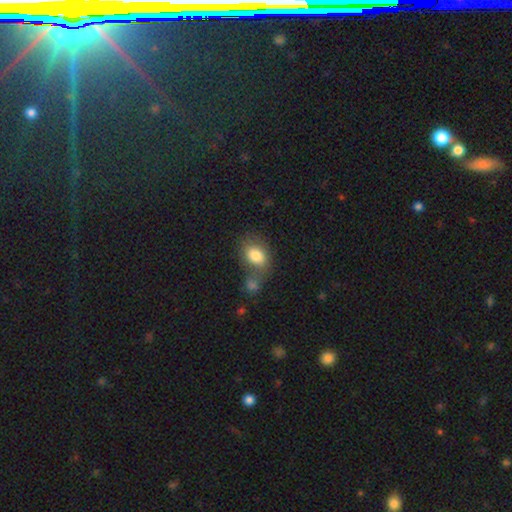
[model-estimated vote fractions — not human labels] A smooth galaxy with no disk features (82%) that is in between round and cigar-shaped (76%). Merging: none (44%).